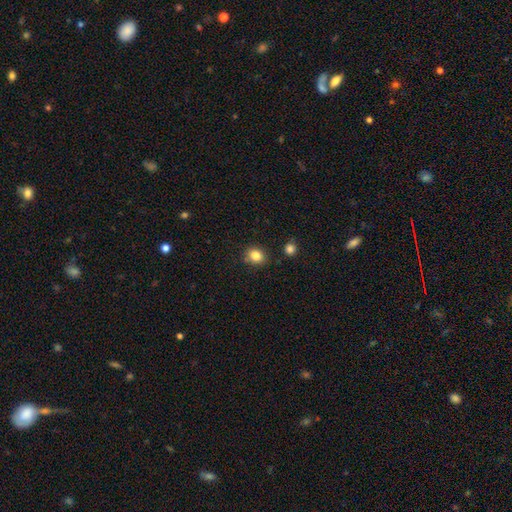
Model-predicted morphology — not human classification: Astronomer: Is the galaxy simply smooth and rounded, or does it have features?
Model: smooth — 84%.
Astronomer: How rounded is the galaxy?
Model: round — 66%.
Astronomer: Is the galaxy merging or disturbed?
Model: none — 83%.